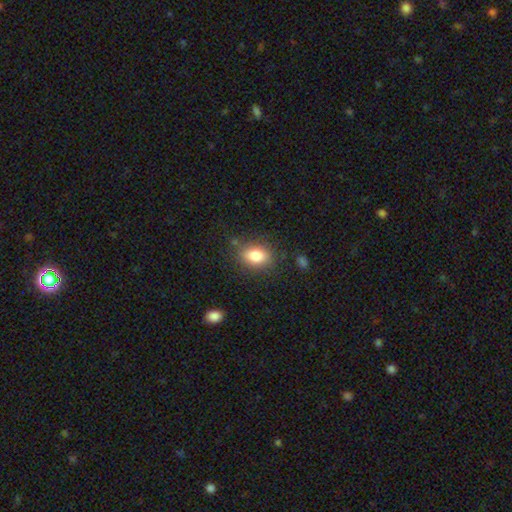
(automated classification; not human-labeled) The model was most divided on "how rounded": in between: 71%, round: 27%, cigar-shaped: 2%. More confident: smooth or featured — smooth (82%); merging — none (80%).